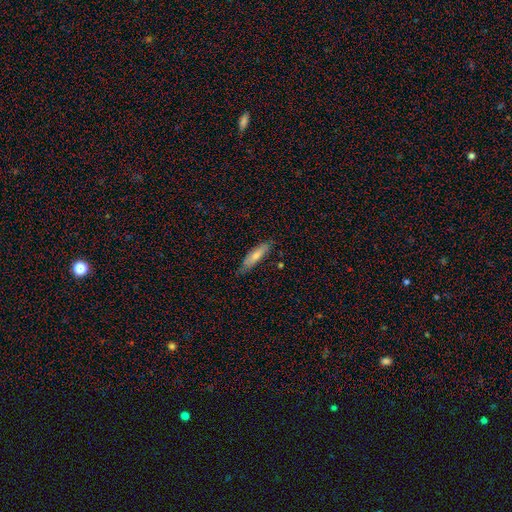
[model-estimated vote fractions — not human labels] smooth_or_featured: smooth (p=0.72) [alt: featured or disk p=0.22]
how_rounded: cigar-shaped (p=0.67) [alt: in between p=0.31]
merging: none (p=0.72) [alt: minor disturbance p=0.23]